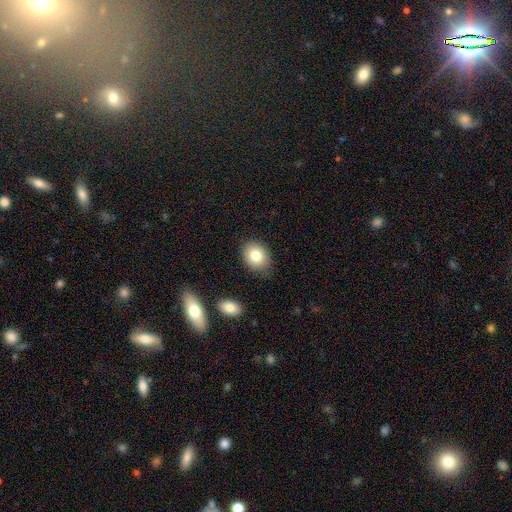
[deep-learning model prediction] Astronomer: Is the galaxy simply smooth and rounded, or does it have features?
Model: smooth — 81%.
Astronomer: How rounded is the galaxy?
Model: in between — 51% (runner-up: round, 48%).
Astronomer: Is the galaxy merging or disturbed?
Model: none — 81%.